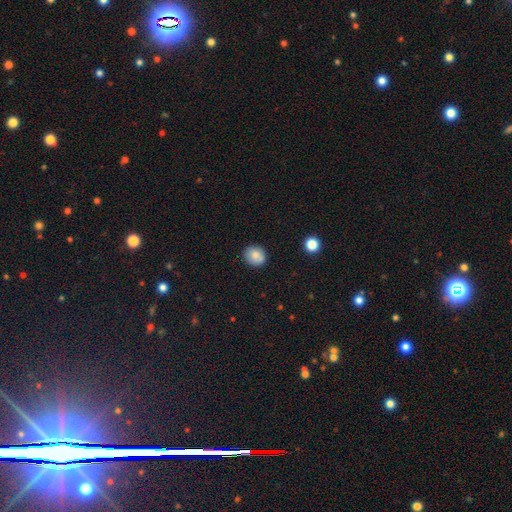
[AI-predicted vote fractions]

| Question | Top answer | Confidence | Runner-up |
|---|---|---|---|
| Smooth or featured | smooth | 83% | star or artifact (9%) |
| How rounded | round | 85% | in between (15%) |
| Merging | none | 86% | minor disturbance (10%) |